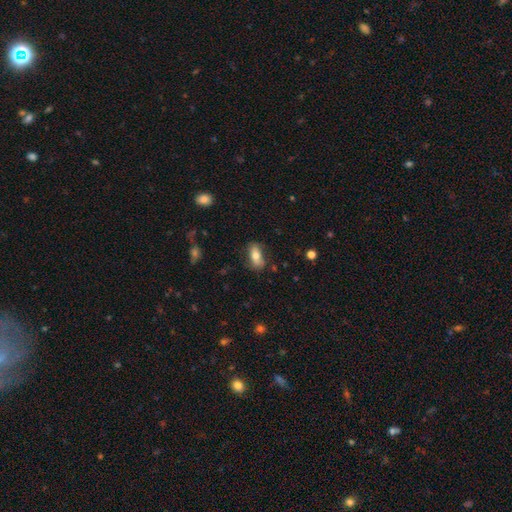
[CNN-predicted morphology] smooth 72%, featured or disk 21%, star or artifact 7%. Down the decision tree: how rounded — in between (82%); merging — none (74%).